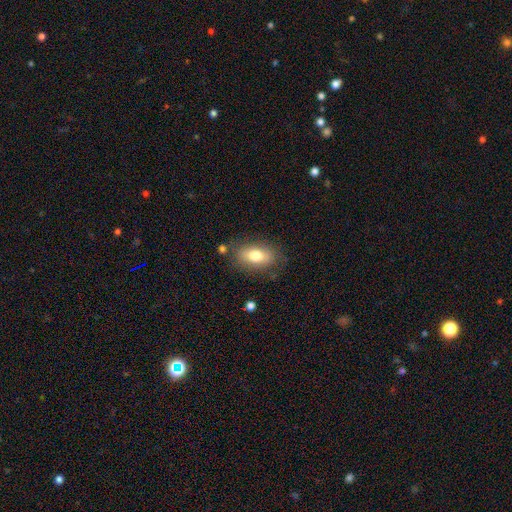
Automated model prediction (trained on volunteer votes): This is likely a smooth galaxy (75%). How rounded: clearly in between (88%). Merging: likely none (79%).